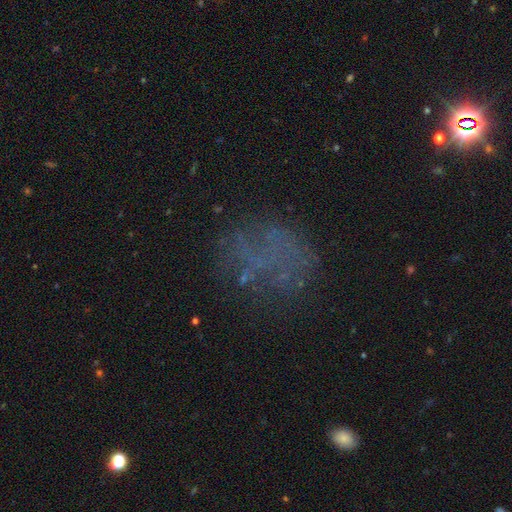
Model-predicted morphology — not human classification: Smooth or featured? smooth (36%)
Merging? none (64%)